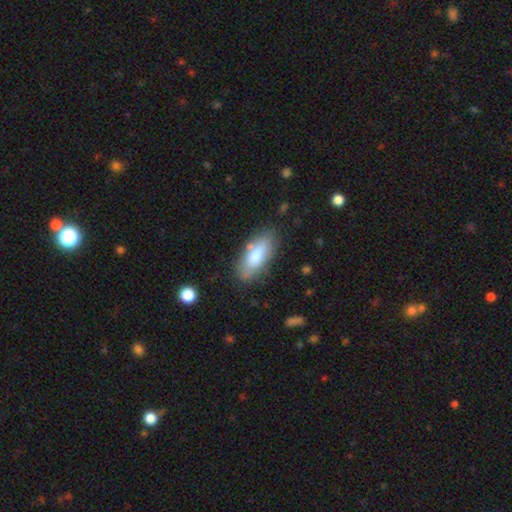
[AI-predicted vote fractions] smooth 77%, featured or disk 16%, star or artifact 6%. Down the decision tree: how rounded — in between (80%); merging — none (75%).